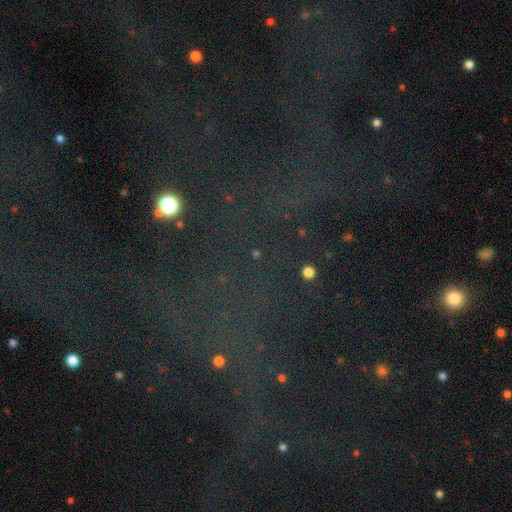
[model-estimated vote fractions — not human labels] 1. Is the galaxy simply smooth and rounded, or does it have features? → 75% star or artifact, 13% smooth, 12% featured or disk.